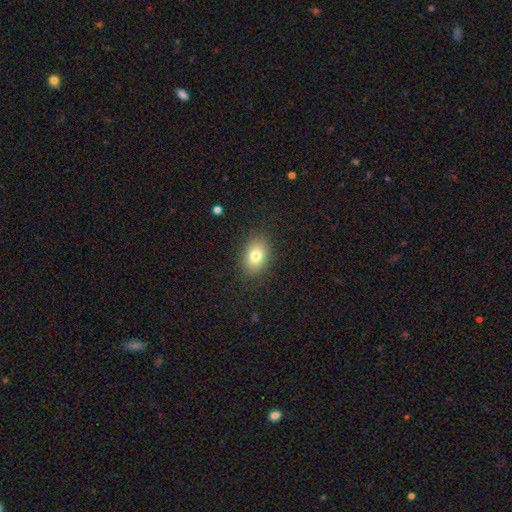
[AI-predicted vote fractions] Smooth or featured: smooth — 79% (featured or disk — 11%)
How rounded: in between — 77% (round — 22%)
Merging: none — 86% (minor disturbance — 10%)